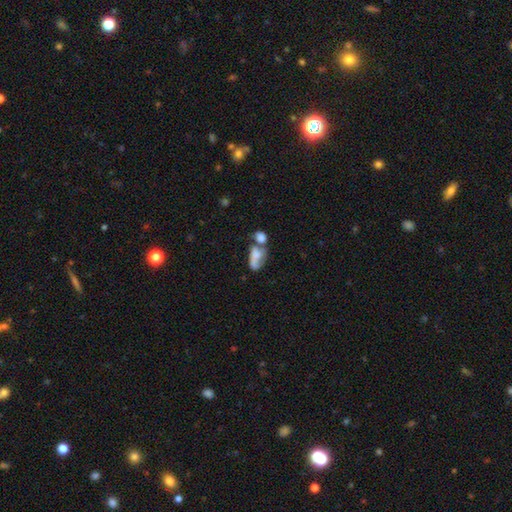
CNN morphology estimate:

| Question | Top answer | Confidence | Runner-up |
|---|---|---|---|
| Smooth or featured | smooth | 56% | featured or disk (34%) |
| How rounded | in between | 82% | round (12%) |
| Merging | merger | 57% | major disturbance (16%) |